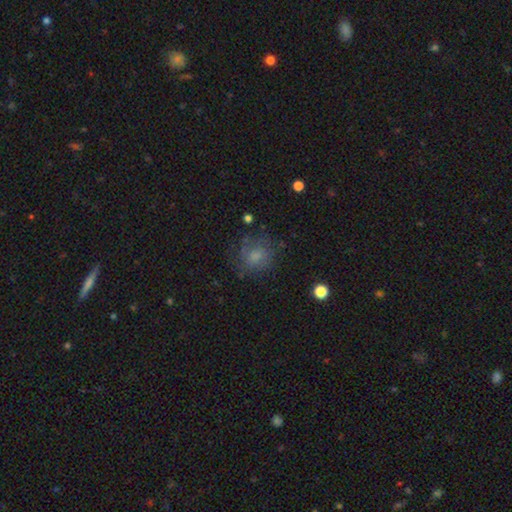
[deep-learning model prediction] smooth 68%, featured or disk 20%, star or artifact 12%. Down the decision tree: how rounded — round (77%); merging — none (65%).